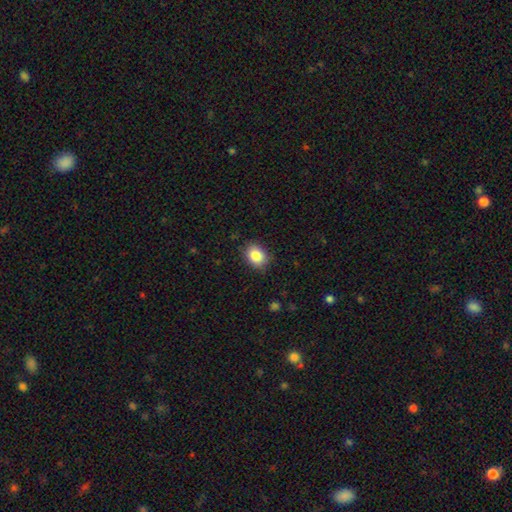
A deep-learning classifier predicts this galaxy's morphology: Smooth or featured: smooth — 85% (star or artifact — 9%)
How rounded: in between — 58% (round — 41%)
Merging: none — 84% (minor disturbance — 12%)